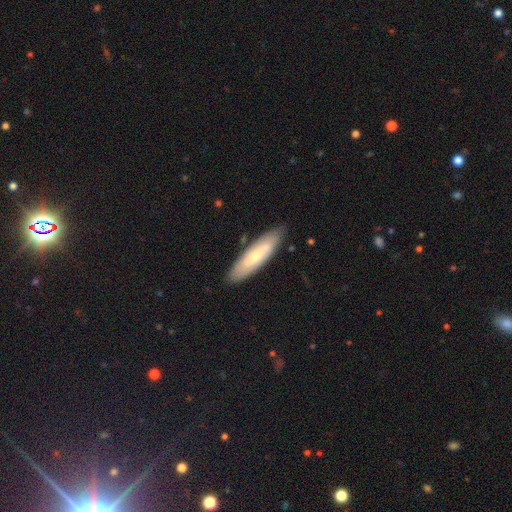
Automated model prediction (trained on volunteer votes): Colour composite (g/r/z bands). It shows a smooth galaxy with no disk features (49%). Merging: none (84%).